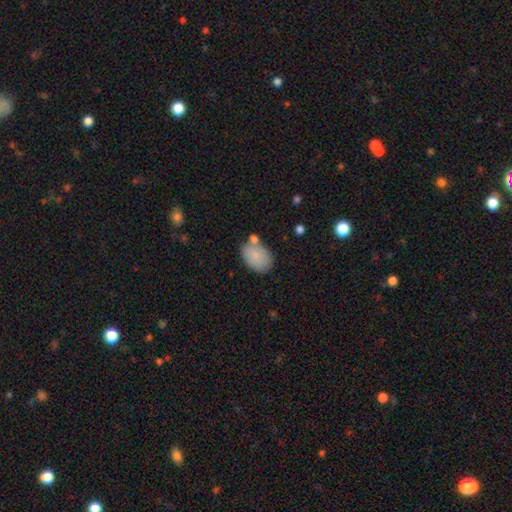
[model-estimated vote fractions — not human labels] smooth_or_featured: smooth (p=0.85) [alt: featured or disk p=0.08]
how_rounded: in between (p=0.82) [alt: round p=0.17]
merging: none (p=0.65) [alt: minor disturbance p=0.17]